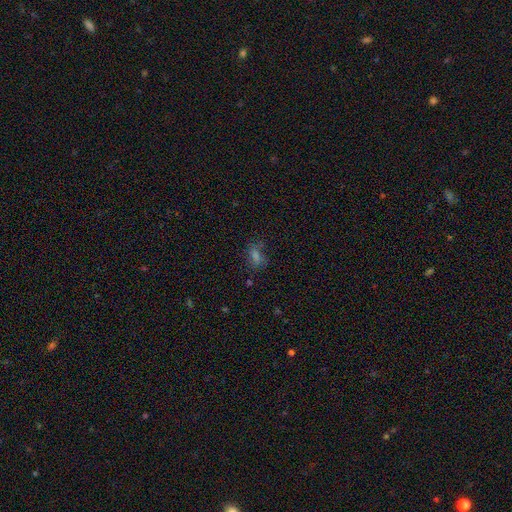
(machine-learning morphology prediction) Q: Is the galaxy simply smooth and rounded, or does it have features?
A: smooth — 49%.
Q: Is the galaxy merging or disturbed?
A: none — 65%.